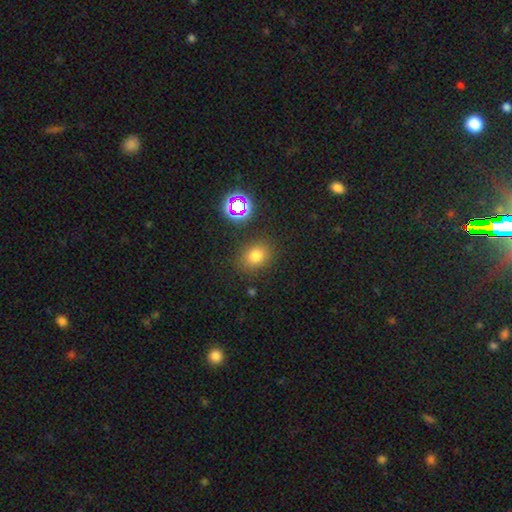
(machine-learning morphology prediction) smooth 73%, star or artifact 19%, featured or disk 8%. Down the decision tree: how rounded — round (56%); merging — none (83%).